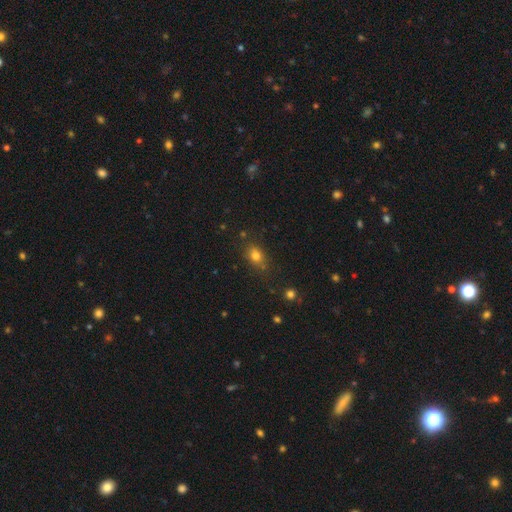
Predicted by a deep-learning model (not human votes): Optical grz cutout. It shows a smooth galaxy with no disk features (76%) that is in between round and cigar-shaped (66%). Merging: none (72%).